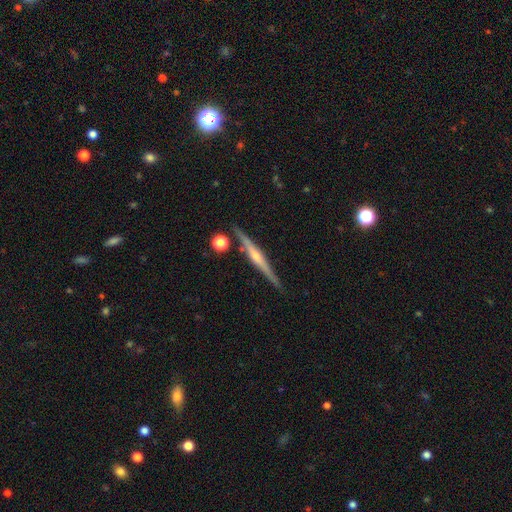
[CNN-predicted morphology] type=featured or disk (83%); edge-on=yes (98%); edge-on bulge=rounded (84%); merging=none (87%).